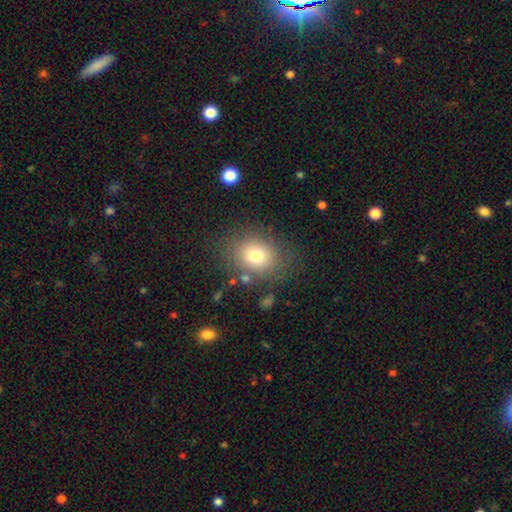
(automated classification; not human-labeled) smooth_or_featured: smooth (p=0.75) [alt: featured or disk p=0.13]
how_rounded: round (p=0.50) [alt: in between p=0.49]
merging: none (p=0.76) [alt: minor disturbance p=0.13]